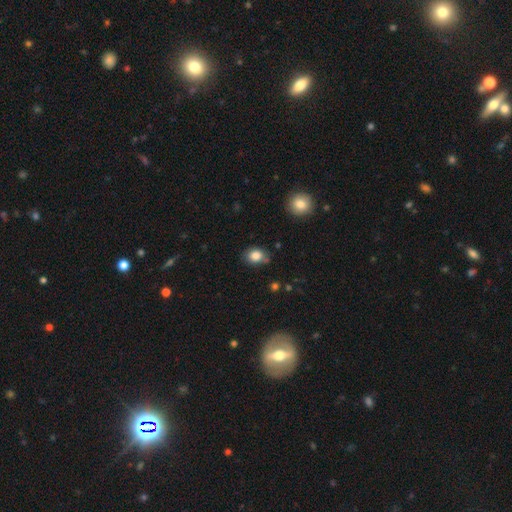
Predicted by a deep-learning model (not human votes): A smooth galaxy with no disk features (83%) that is in between round and cigar-shaped (59%). Merging: none (70%).